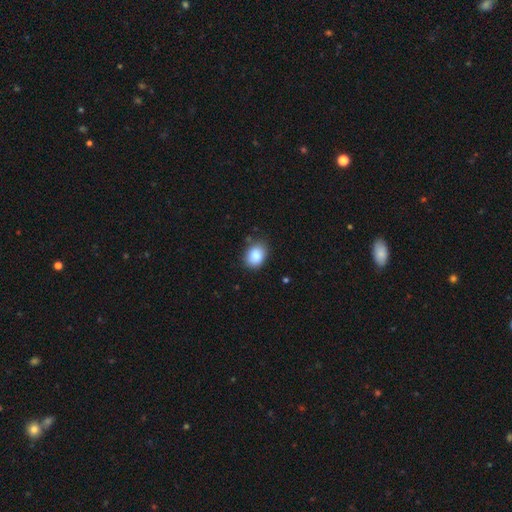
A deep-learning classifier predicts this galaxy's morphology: This is clearly a smooth galaxy (88%). How rounded: likely in between (65%). Merging: likely none (80%).